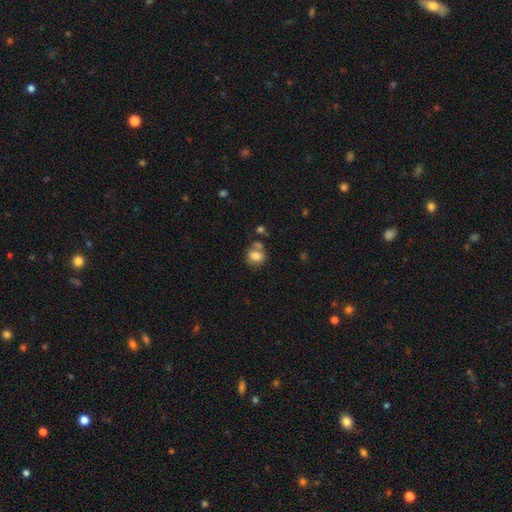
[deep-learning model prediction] Smooth or featured? smooth (78%)
How rounded? in between (51%)
Merging? none (50%)